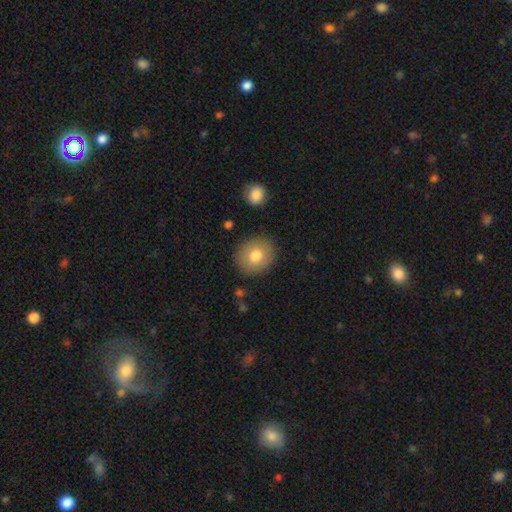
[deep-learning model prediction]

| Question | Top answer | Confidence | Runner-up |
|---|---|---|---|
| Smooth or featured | smooth | 76% | featured or disk (15%) |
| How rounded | round | 80% | in between (20%) |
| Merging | none | 87% | minor disturbance (9%) |